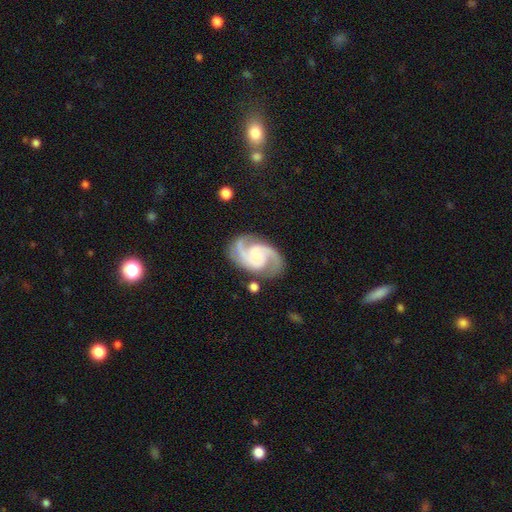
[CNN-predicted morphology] featured or disk 92%, star or artifact 4%, smooth 4%. Down the decision tree: edge-on disk — no (98%); bar — no (59%); spiral arms — yes (98%); spiral arm count — 2 (86%); spiral winding — medium (60%); bulge size — small (62%); merging — none (77%).